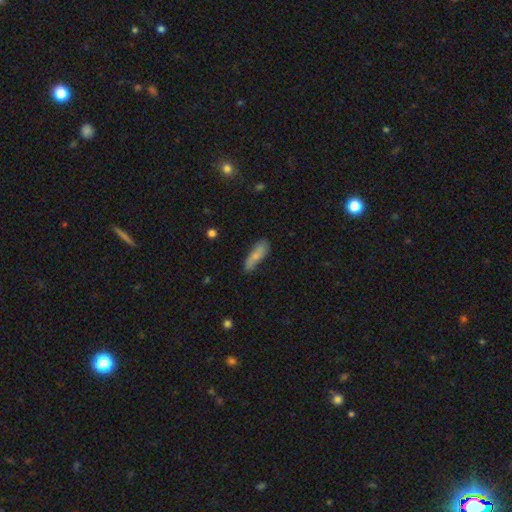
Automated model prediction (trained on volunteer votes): Morphology: type=smooth (74%); roundness=cigar-shaped (59%); merging=none (65%).